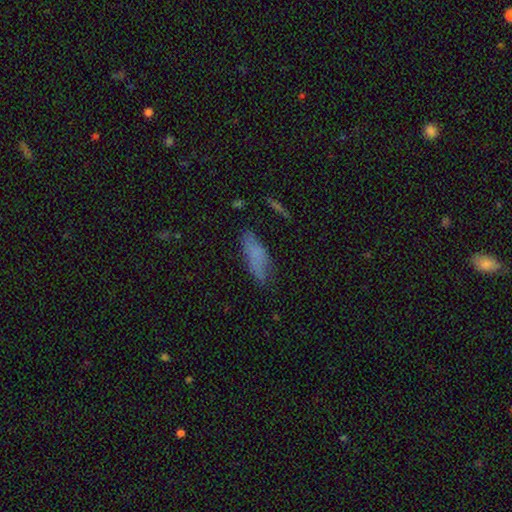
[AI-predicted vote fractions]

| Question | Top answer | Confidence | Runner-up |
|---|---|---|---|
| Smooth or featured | smooth | 75% | featured or disk (15%) |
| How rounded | in between | 56% | cigar-shaped (42%) |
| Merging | none | 67% | minor disturbance (23%) |